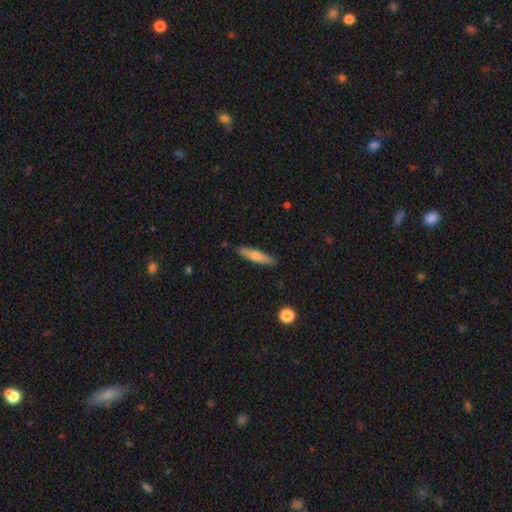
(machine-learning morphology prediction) This is likely a smooth galaxy (61%). How rounded: clearly cigar-shaped (84%). Merging: clearly none (88%).